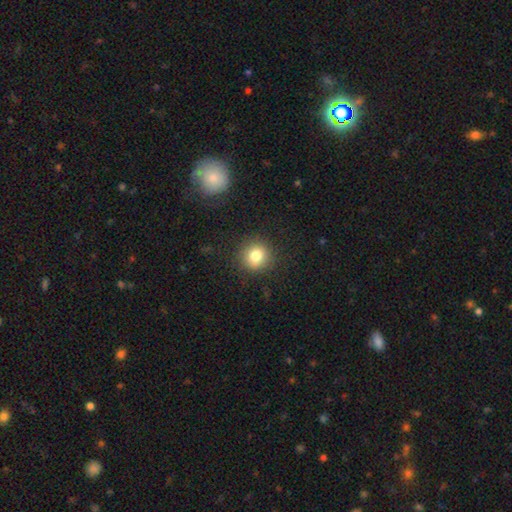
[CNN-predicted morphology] smooth_or_featured: smooth (p=0.80) [alt: star or artifact p=0.11]
how_rounded: round (p=0.89) [alt: in between p=0.10]
merging: none (p=0.88) [alt: minor disturbance p=0.08]